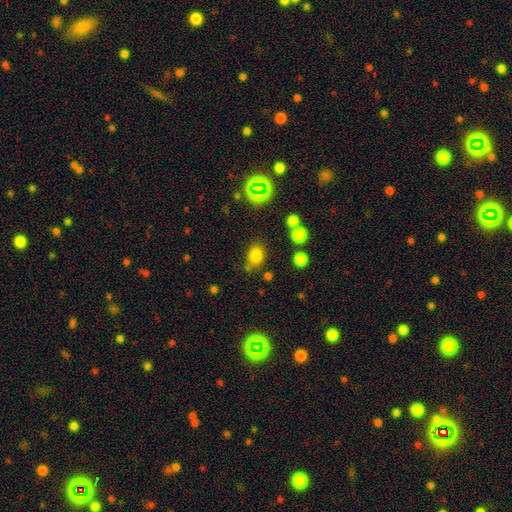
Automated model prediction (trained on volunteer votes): Morphology: type=smooth (76%); roundness=in between (59%); merging=none (72%).